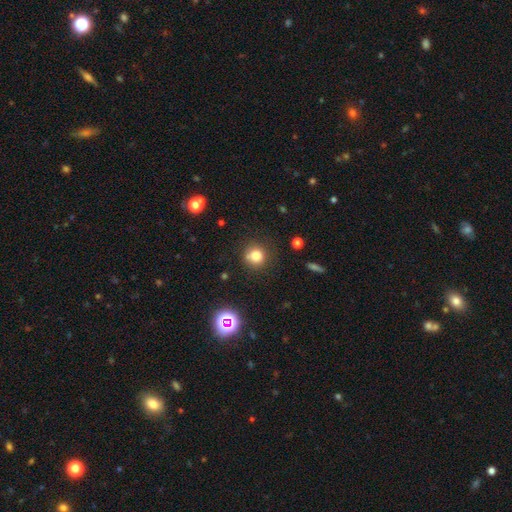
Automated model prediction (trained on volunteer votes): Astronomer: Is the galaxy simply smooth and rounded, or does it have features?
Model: smooth — 80%.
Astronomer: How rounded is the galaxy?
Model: round — 89%.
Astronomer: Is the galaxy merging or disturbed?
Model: none — 81%.